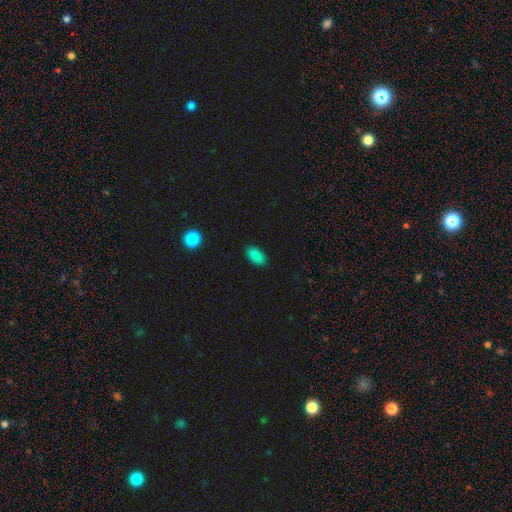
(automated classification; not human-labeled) smooth-or-featured: smooth: 88% | star or artifact: 9% | featured or disk: 3%
  how-rounded: in between: 93% | round: 5% | cigar-shaped: 3%
  merging: none: 88% | minor disturbance: 8% | major disturbance: 2% | merger: 1%